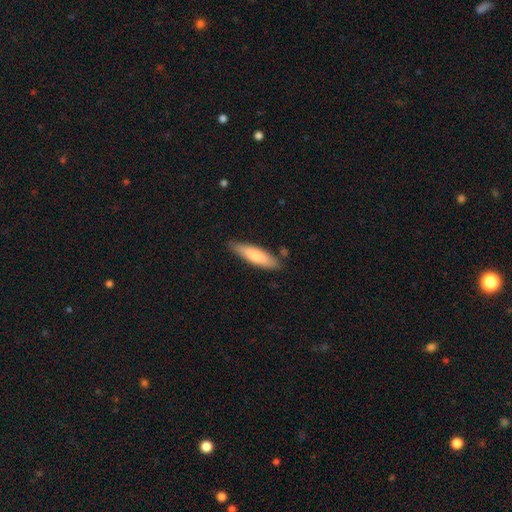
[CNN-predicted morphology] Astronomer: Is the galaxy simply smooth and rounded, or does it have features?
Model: smooth — 78%.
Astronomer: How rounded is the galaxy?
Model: cigar-shaped — 66%.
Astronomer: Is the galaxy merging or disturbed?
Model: none — 83%.